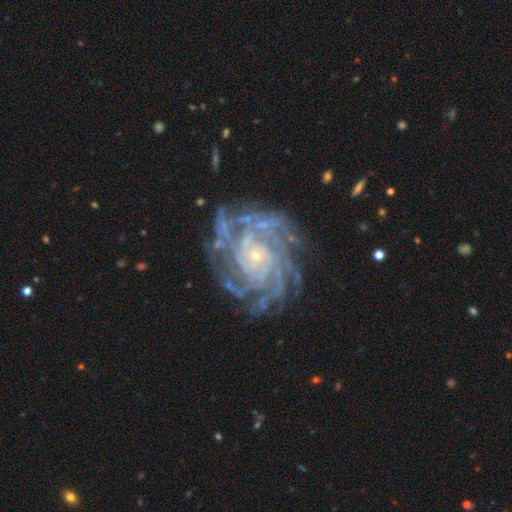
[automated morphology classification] Smooth or featured? featured or disk (91%)
Edge-on disk? no (98%)
Bar? no (74%)
Spiral arms? yes (98%)
Spiral winding? tight (76%)
Spiral arm count? more than 4 (36%)
Bulge size? small (83%)
Merging? none (76%)